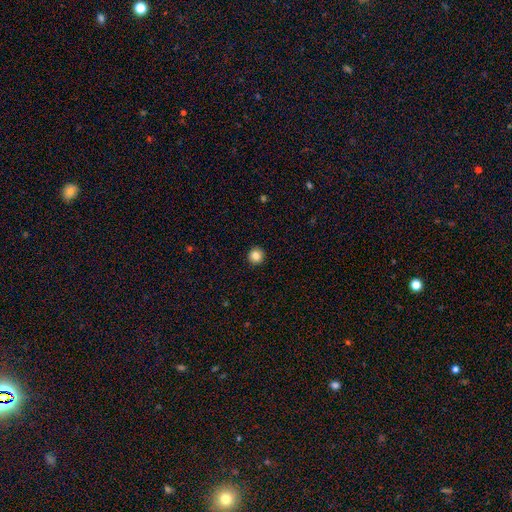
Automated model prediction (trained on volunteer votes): Morphology: type=smooth (84%); roundness=round (95%); merging=none (94%).